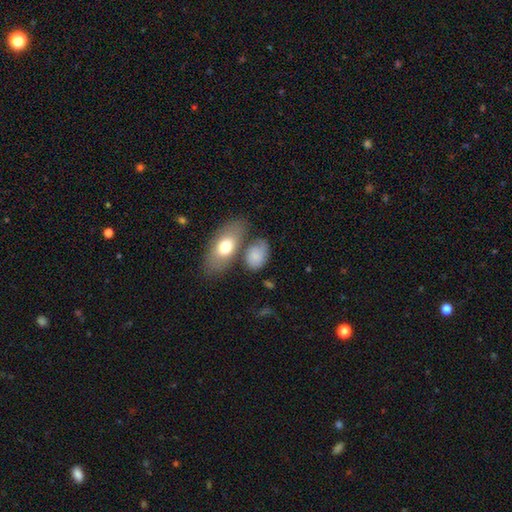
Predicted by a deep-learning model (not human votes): smooth_or_featured: smooth (p=0.75) [alt: featured or disk p=0.18]
how_rounded: in between (p=0.86) [alt: round p=0.12]
merging: none (p=0.52) [alt: minor disturbance p=0.22]